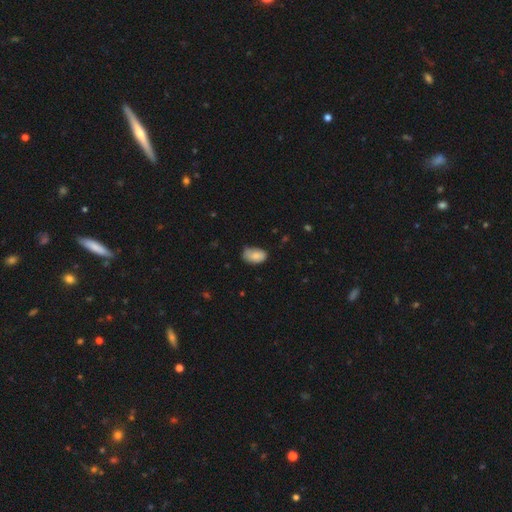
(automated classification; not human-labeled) Smooth or featured? smooth (82%)
How rounded? in between (90%)
Merging? none (51%)